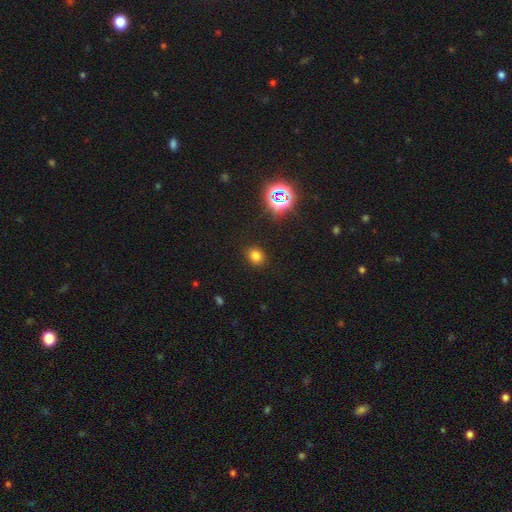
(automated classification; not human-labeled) smooth-or-featured: smooth: 75% | star or artifact: 19% | featured or disk: 6%
  how-rounded: round: 63% | in between: 36% | cigar-shaped: 1%
  merging: none: 89% | minor disturbance: 7% | major disturbance: 3% | merger: 1%